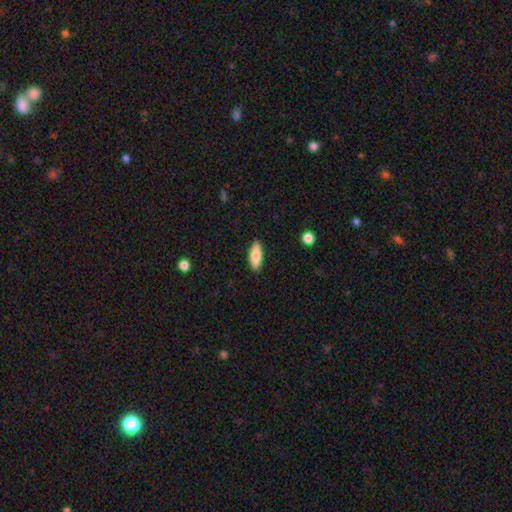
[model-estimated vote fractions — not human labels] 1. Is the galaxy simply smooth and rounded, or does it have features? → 76% smooth, 18% featured or disk, 6% star or artifact.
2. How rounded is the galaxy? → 65% in between, 33% cigar-shaped, 2% round.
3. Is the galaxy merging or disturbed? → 89% none, 8% minor disturbance, 2% major disturbance, 1% merger.